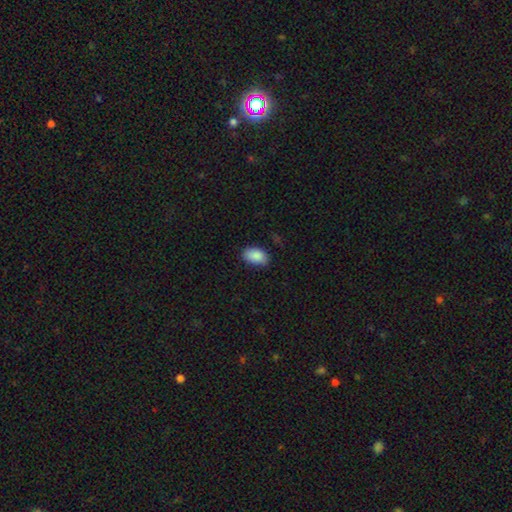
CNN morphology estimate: Smooth or featured?
  - smooth: 89% *
  - star or artifact: 7%
  - featured or disk: 4%
How rounded?
  - in between: 91% *
  - round: 8%
  - cigar-shaped: 1%
Merging?
  - none: 82% *
  - minor disturbance: 14%
  - major disturbance: 3%
  - merger: 1%